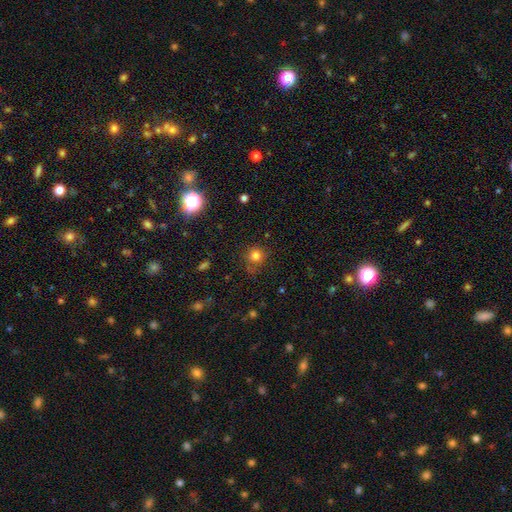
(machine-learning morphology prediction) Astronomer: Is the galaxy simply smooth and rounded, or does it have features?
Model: smooth — 79%.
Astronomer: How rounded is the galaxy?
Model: round — 91%.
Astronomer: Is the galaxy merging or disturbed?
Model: none — 77%.